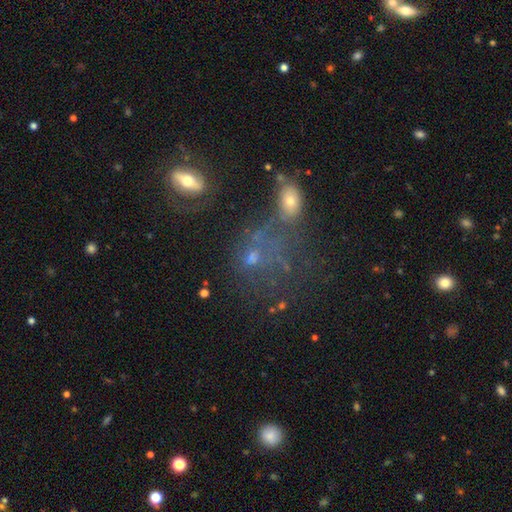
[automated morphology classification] The model was most divided on "smooth or featured": smooth: 41%, featured or disk: 32%, star or artifact: 27%. Remaining: merging — none (37%).